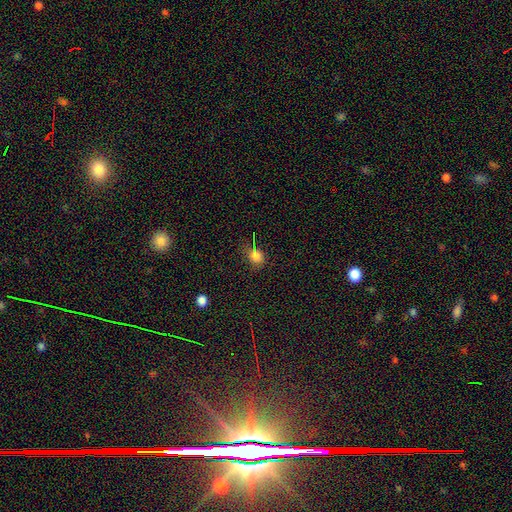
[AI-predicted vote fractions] Smooth or featured? Predicted: smooth (p=0.79). How rounded? Predicted: round (p=0.58). Merging? Predicted: none (p=0.68).